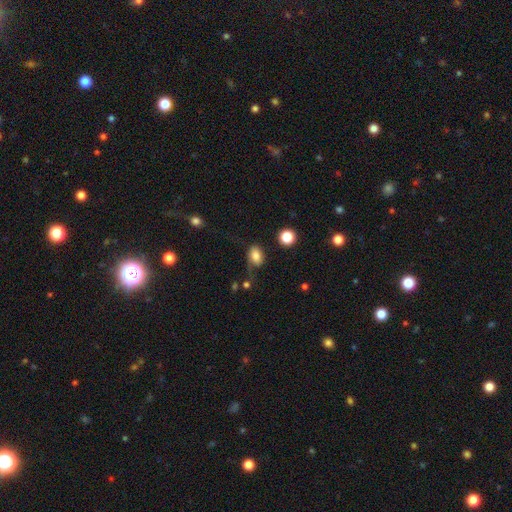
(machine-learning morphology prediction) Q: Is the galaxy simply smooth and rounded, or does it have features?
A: smooth — 79%.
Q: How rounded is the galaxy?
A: in between — 76%.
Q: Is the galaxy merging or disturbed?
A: none — 47%.